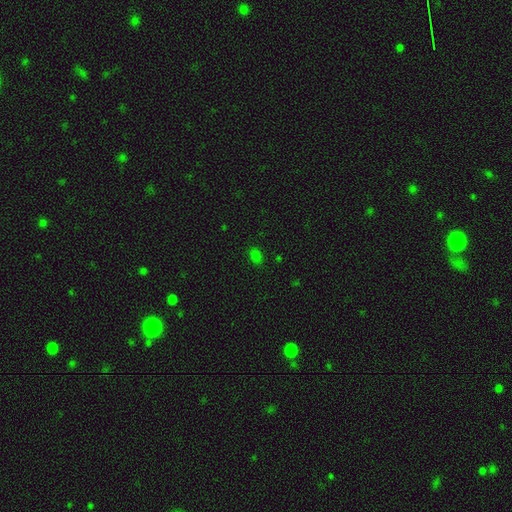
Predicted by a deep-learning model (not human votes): Morphology: type=smooth (77%); roundness=in between (73%); merging=none (85%).